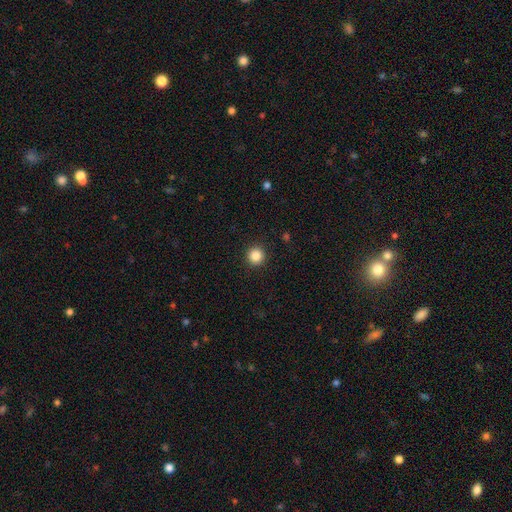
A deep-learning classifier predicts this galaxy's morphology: The model was most divided on "smooth or featured": smooth: 86%, star or artifact: 11%, featured or disk: 3%. More confident: how rounded — round (95%); merging — none (93%).